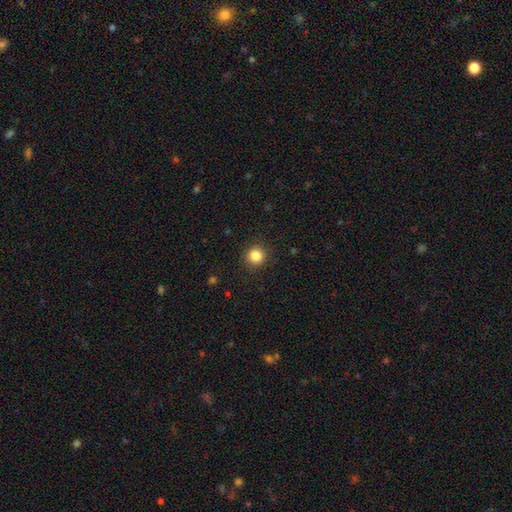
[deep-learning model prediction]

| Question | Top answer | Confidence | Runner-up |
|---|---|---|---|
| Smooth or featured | smooth | 85% | star or artifact (11%) |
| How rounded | round | 92% | in between (7%) |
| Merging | none | 91% | minor disturbance (6%) |